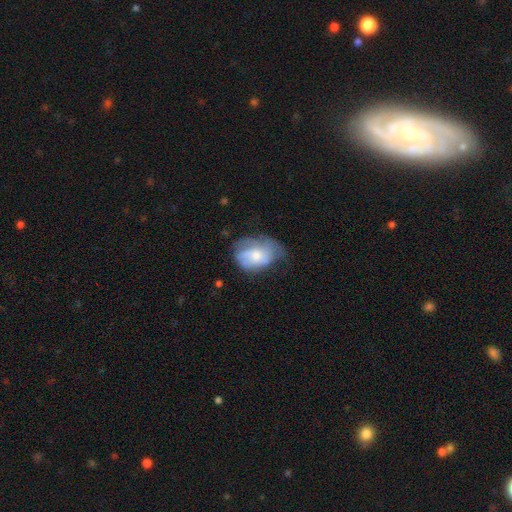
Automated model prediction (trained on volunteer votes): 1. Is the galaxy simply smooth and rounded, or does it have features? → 50% smooth, 42% featured or disk, 8% star or artifact.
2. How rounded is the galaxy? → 73% in between, 26% round, 1% cigar-shaped.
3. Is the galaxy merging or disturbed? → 37% none, 35% minor disturbance, 25% major disturbance, 3% merger.